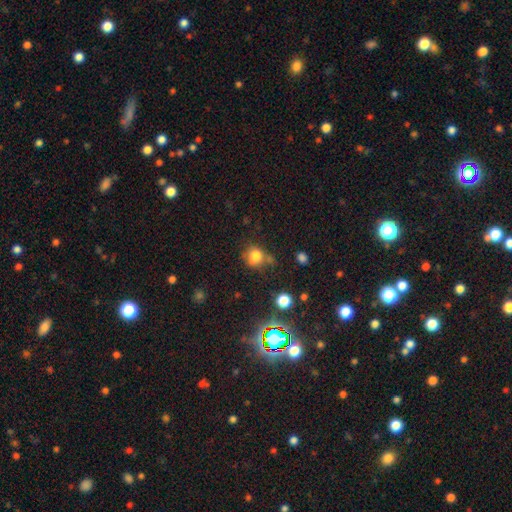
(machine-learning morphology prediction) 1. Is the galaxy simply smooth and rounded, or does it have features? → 75% smooth, 15% star or artifact, 10% featured or disk.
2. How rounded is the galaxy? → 74% round, 25% in between, 1% cigar-shaped.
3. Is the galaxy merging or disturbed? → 53% none, 24% minor disturbance, 13% merger, 10% major disturbance.